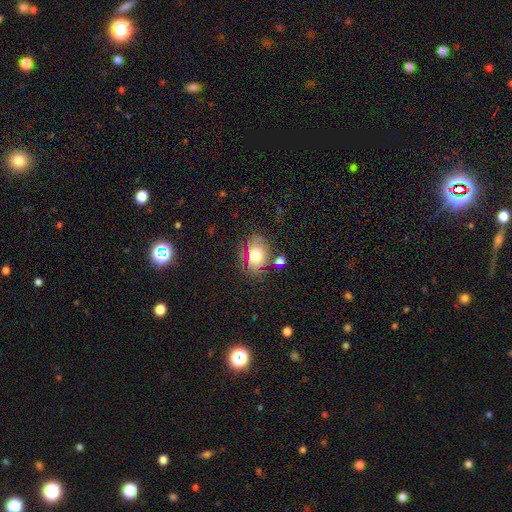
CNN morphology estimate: Smooth or featured?
  - smooth: 67% *
  - featured or disk: 21%
  - star or artifact: 11%
How rounded?
  - in between: 73% *
  - round: 26%
  - cigar-shaped: 1%
Merging?
  - none: 63% *
  - minor disturbance: 22%
  - major disturbance: 9%
  - merger: 7%